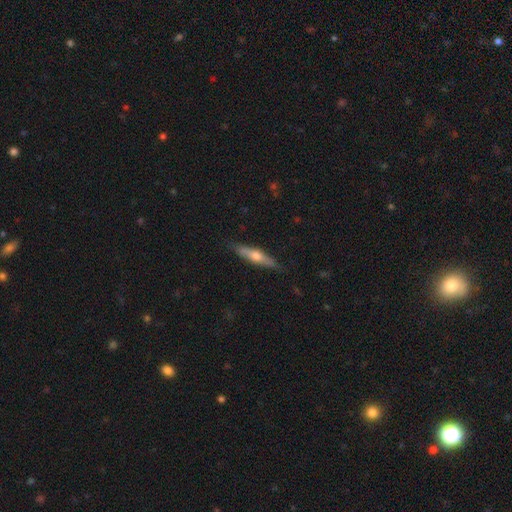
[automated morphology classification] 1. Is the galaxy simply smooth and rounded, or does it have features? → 57% featured or disk, 37% smooth, 6% star or artifact.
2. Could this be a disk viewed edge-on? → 94% yes, 6% no.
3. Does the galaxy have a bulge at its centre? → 90% rounded, 5% none, 4% boxy.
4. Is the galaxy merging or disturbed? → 86% none, 11% minor disturbance, 2% major disturbance, 1% merger.